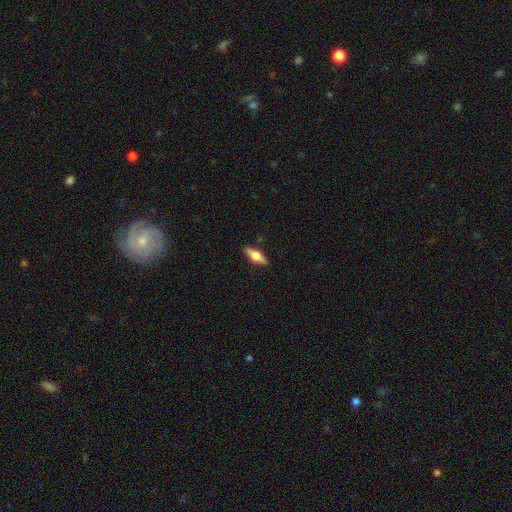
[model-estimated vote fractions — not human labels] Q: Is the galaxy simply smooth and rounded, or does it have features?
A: smooth — 47%, tied with featured or disk.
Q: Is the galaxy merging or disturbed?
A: none — 88%.